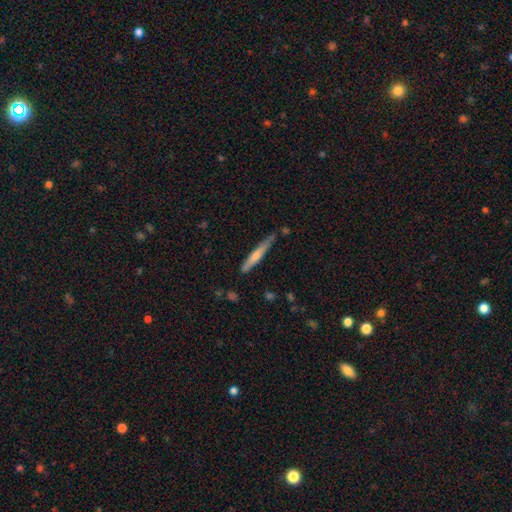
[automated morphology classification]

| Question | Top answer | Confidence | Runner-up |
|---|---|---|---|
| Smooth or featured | featured or disk | 62% | smooth (31%) |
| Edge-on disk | yes | 96% | no (4%) |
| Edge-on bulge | rounded | 75% | none (20%) |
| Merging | none | 82% | minor disturbance (13%) |